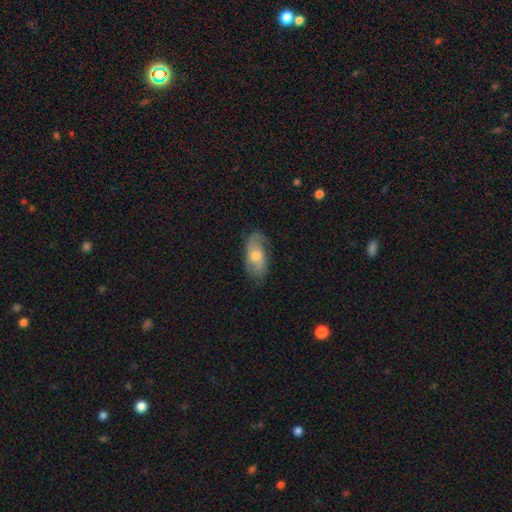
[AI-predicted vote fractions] Smooth or featured? featured or disk (52%)
Edge-on disk? no (91%)
Merging? none (67%)